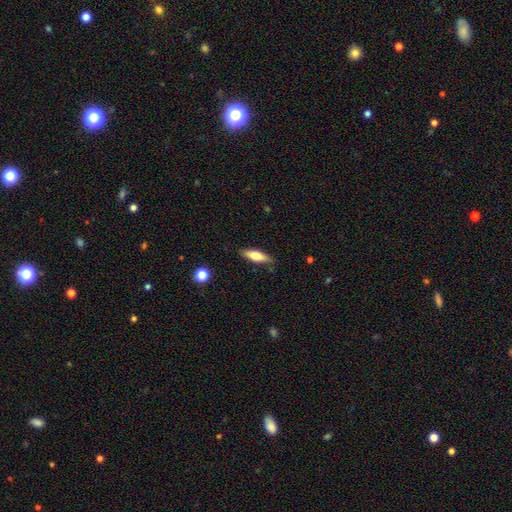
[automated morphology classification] Overall: smooth (67%; featured or disk 27%). How rounded: in between (49%, tied with cigar-shaped). Merging: none (82%).